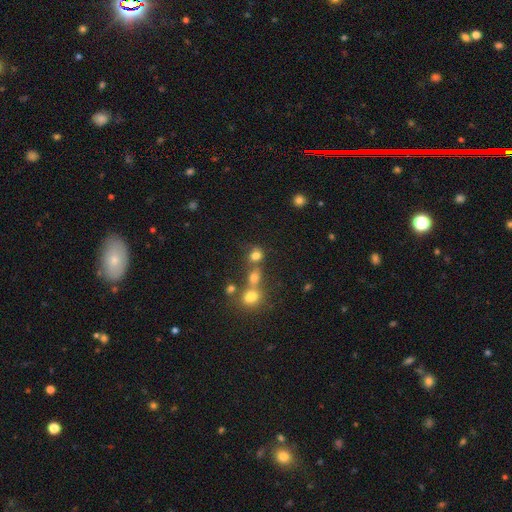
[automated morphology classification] smooth_or_featured: smooth (p=0.72) [alt: star or artifact p=0.17]
how_rounded: round (p=0.72) [alt: in between p=0.27]
merging: none (p=0.45) [alt: merger p=0.38]